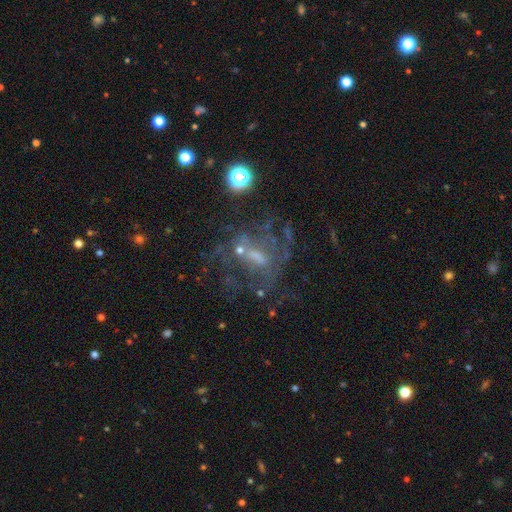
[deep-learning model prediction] Smooth or featured?
  - featured or disk: 63% *
  - star or artifact: 22%
  - smooth: 15%
Edge-on disk?
  - no: 96% *
  - yes: 4%
Bar?
  - no: 47% *
  - weak: 39%
  - strong: 14%
Spiral arms?
  - no: 53% *
  - yes: 47%
Bulge size?
  - small: 35% *
  - none: 30%
  - moderate: 30%
  - large: 3%
  - dominant: 1%
Merging?
  - none: 46% *
  - major disturbance: 30%
  - minor disturbance: 15%
  - merger: 9%